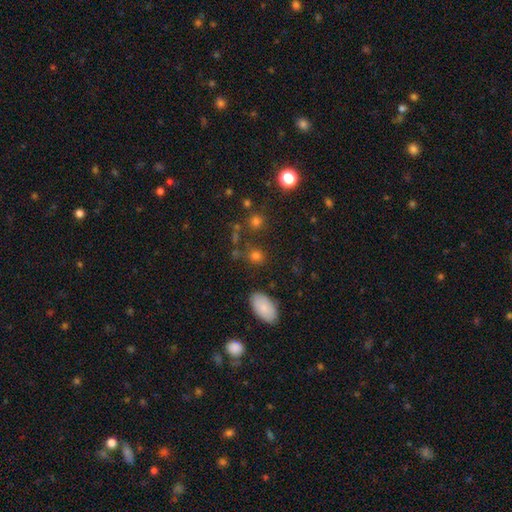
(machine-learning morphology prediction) smooth-or-featured: smooth: 78% | star or artifact: 16% | featured or disk: 6%
  how-rounded: round: 71% | in between: 28% | cigar-shaped: 2%
  merging: none: 75% | minor disturbance: 12% | merger: 9% | major disturbance: 5%